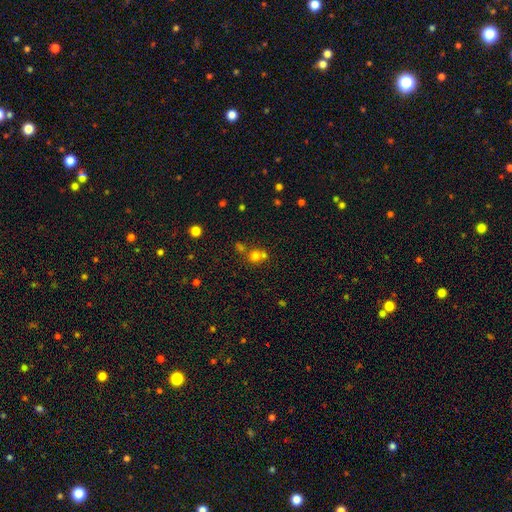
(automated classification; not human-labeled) This is likely a smooth galaxy (69%). How rounded: clearly round (85%). Merging: possibly none (50%).